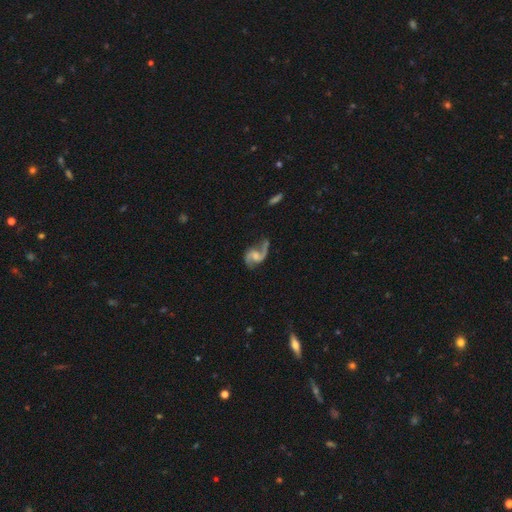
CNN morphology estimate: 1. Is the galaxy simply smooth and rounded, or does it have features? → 91% featured or disk, 5% smooth, 4% star or artifact.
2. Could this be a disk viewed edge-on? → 98% no, 2% yes.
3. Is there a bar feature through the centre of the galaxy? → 46% no, 44% weak, 10% strong.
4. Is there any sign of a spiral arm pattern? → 97% yes, 3% no.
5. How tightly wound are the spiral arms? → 59% loose, 35% medium, 6% tight.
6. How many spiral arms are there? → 92% 2, 4% 1, 2% can't tell, 1% 3, 1% 4, 1% more than 4.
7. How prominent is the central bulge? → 34% small (tied), 34% moderate (tied), 25% none, 6% large, 1% dominant.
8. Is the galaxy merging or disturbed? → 67% none, 18% minor disturbance, 11% major disturbance, 4% merger.